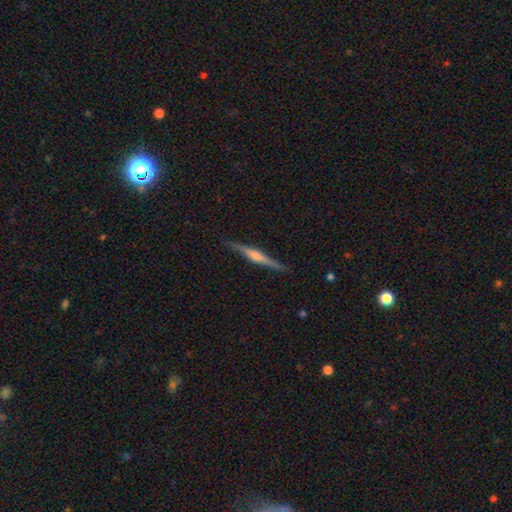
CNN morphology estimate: Overall: featured or disk (74%). Edge-on disk: yes (98%). Edge-on bulge: rounded (76%). Merging: none (89%).